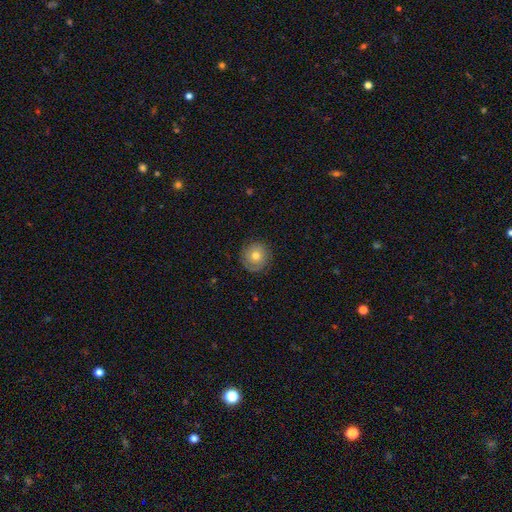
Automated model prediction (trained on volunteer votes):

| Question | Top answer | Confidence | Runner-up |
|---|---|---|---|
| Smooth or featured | smooth | 62% | featured or disk (29%) |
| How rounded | round | 94% | in between (5%) |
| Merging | none | 84% | minor disturbance (12%) |